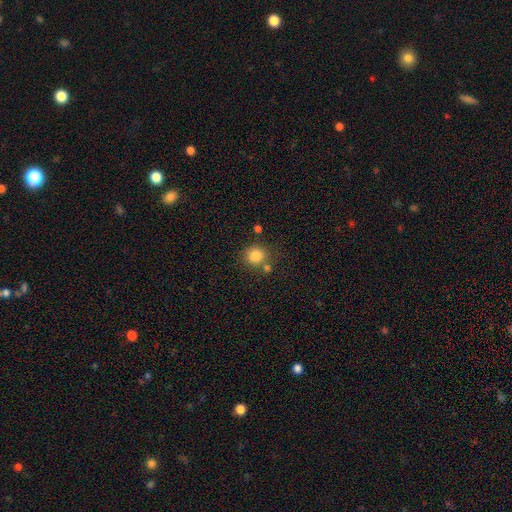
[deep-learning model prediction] Smooth or featured?
  - smooth: 83% *
  - star or artifact: 11%
  - featured or disk: 6%
How rounded?
  - round: 88% *
  - in between: 11%
  - cigar-shaped: 1%
Merging?
  - none: 72% *
  - merger: 14%
  - minor disturbance: 10%
  - major disturbance: 4%